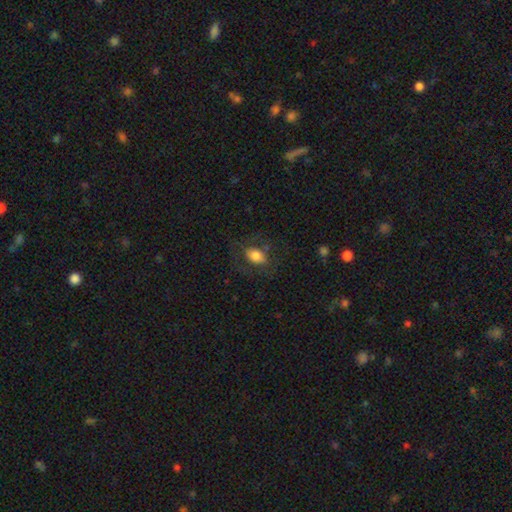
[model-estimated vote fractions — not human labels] Smooth or featured?
  - smooth: 73% *
  - featured or disk: 18%
  - star or artifact: 9%
How rounded?
  - in between: 78% *
  - round: 20%
  - cigar-shaped: 2%
Merging?
  - none: 68% *
  - minor disturbance: 17%
  - major disturbance: 13%
  - merger: 2%